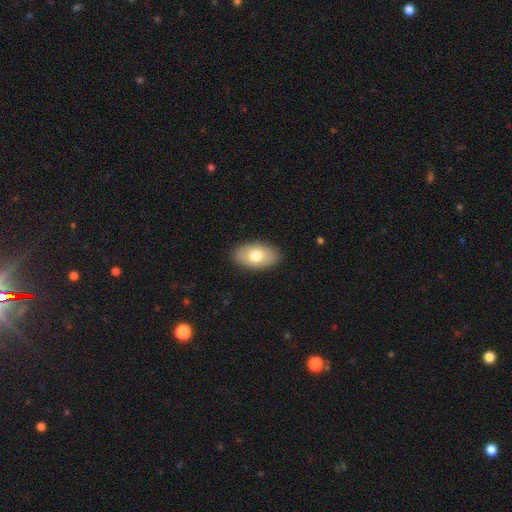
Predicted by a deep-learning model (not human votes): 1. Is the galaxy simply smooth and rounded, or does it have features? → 74% smooth, 20% featured or disk, 7% star or artifact.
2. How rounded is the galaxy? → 92% in between, 6% round, 1% cigar-shaped.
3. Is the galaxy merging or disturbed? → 88% none, 9% minor disturbance, 2% major disturbance, 1% merger.